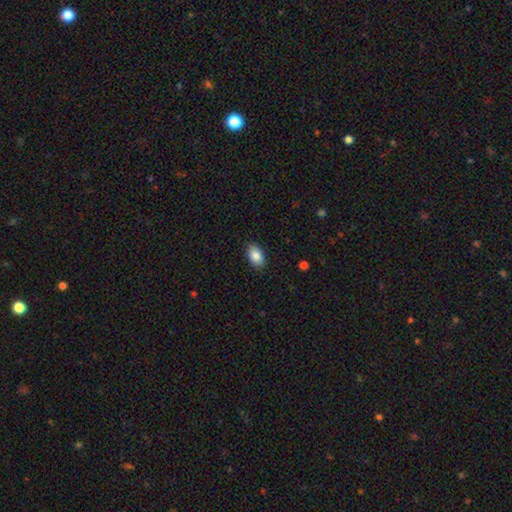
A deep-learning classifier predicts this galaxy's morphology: type=smooth (87%); roundness=in between (90%); merging=none (88%).